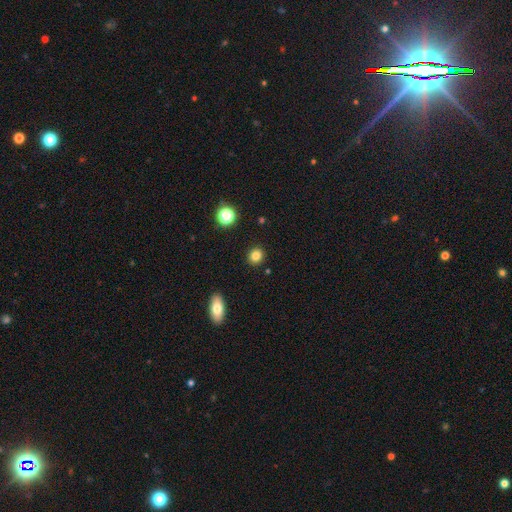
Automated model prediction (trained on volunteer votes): The model was most divided on "how rounded": round: 83%, in between: 16%, cigar-shaped: 1%. More confident: merging — none (90%); smooth or featured — smooth (83%).